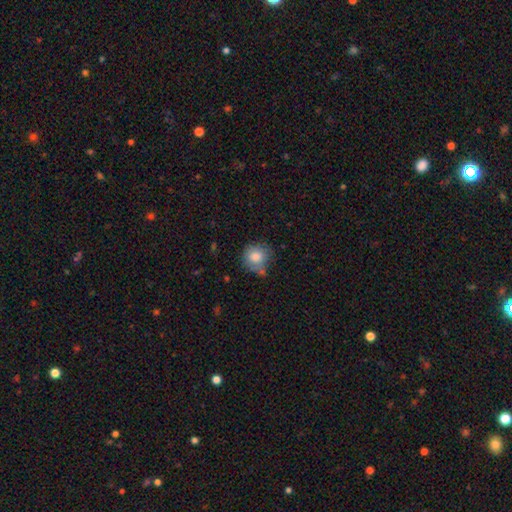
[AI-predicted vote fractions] This appears to be a smooth galaxy with no disk features (81%) that is round (85%). Merging: none (62%).